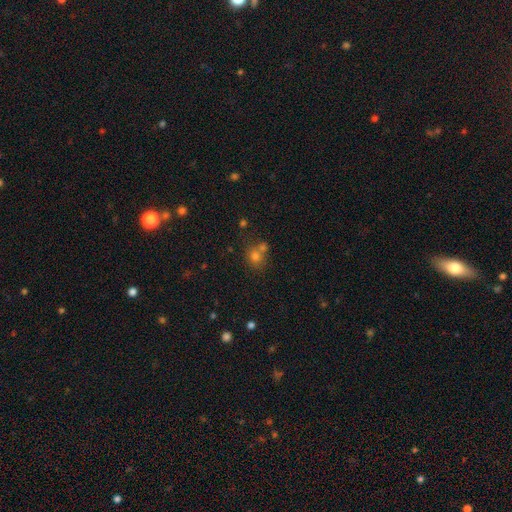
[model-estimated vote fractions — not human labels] smooth 65%, star or artifact 24%, featured or disk 11%. Down the decision tree: how rounded — round (79%); merging — none (57%).